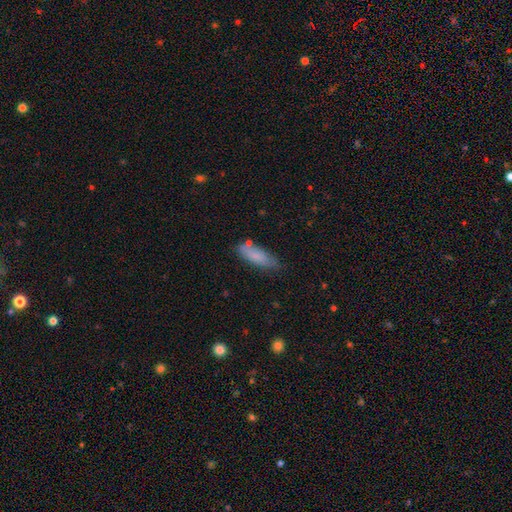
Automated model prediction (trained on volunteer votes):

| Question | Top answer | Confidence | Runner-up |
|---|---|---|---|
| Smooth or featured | smooth | 81% | featured or disk (12%) |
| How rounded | in between | 56% | cigar-shaped (42%) |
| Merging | none | 68% | minor disturbance (22%) |